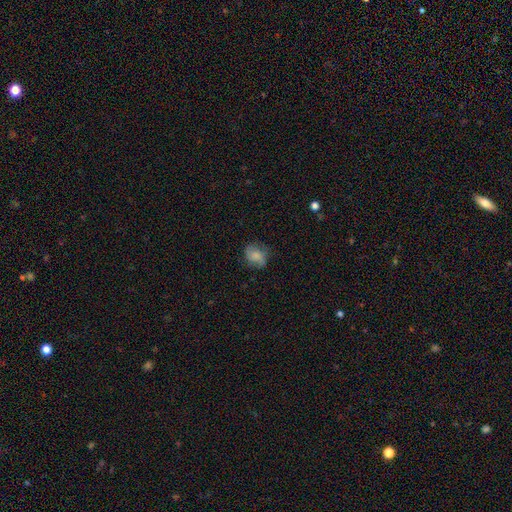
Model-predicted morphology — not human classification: Smooth or featured?
  - smooth: 61% *
  - featured or disk: 30%
  - star or artifact: 9%
How rounded?
  - round: 51% *
  - in between: 48%
  - cigar-shaped: 1%
Merging?
  - none: 68% *
  - minor disturbance: 22%
  - major disturbance: 9%
  - merger: 1%